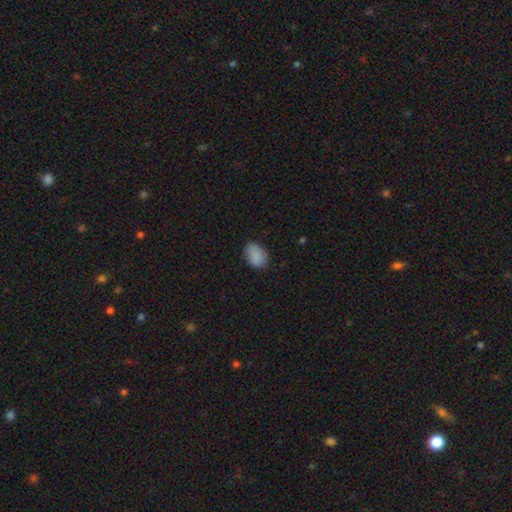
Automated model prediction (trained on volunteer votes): A smooth galaxy with no disk features (86%) that is in between round and cigar-shaped (80%). Merging: none (71%).